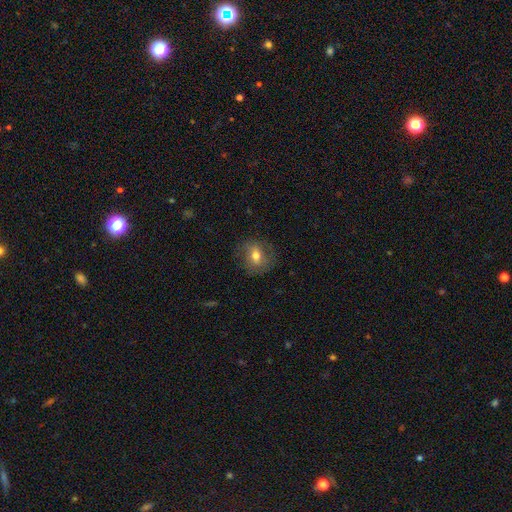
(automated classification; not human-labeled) smooth-or-featured: smooth: 65% | featured or disk: 25% | star or artifact: 11%
  how-rounded: round: 66% | in between: 32% | cigar-shaped: 1%
  merging: none: 79% | minor disturbance: 15% | major disturbance: 6% | merger: 1%